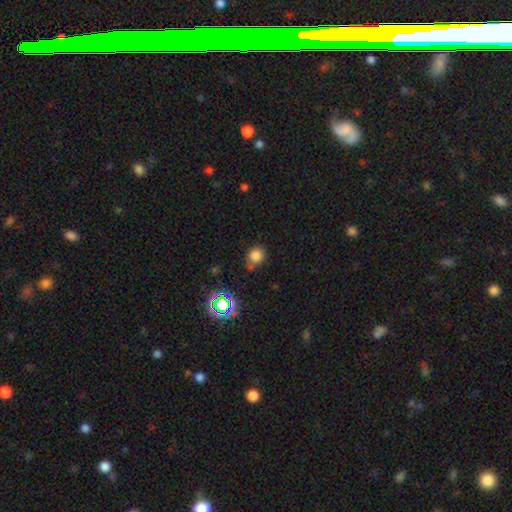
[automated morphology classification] Smooth or featured? smooth (77%)
How rounded? round (74%)
Merging? none (64%)